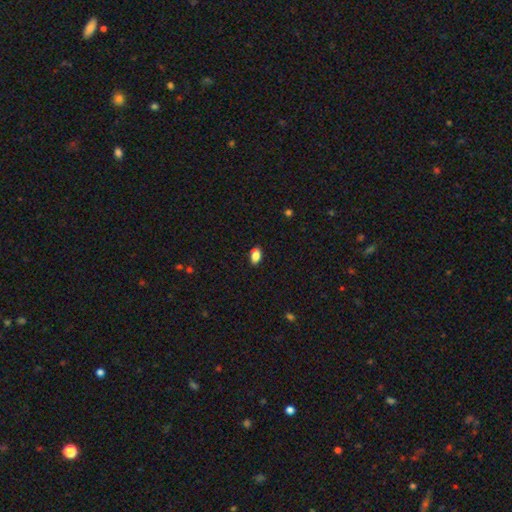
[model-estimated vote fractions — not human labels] This appears to be a smooth galaxy with no disk features (85%) that is in between round and cigar-shaped (90%). Merging: none (87%).